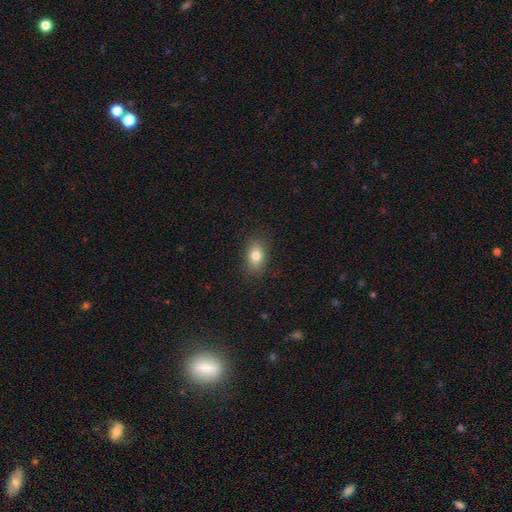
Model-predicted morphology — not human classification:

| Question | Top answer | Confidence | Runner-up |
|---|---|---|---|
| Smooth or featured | smooth | 80% | featured or disk (11%) |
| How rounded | in between | 81% | round (16%) |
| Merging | none | 86% | minor disturbance (10%) |